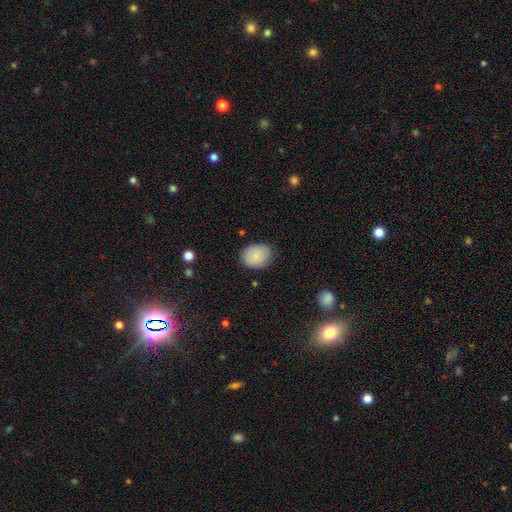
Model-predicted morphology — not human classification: Overall: smooth (84%). How rounded: in between (54%; round 45%). Merging: none (80%).